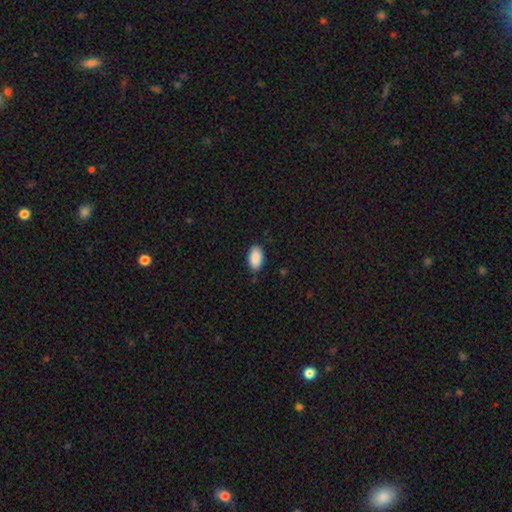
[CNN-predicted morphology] smooth 90%, star or artifact 7%, featured or disk 3%. Down the decision tree: how rounded — in between (94%); merging — none (82%).